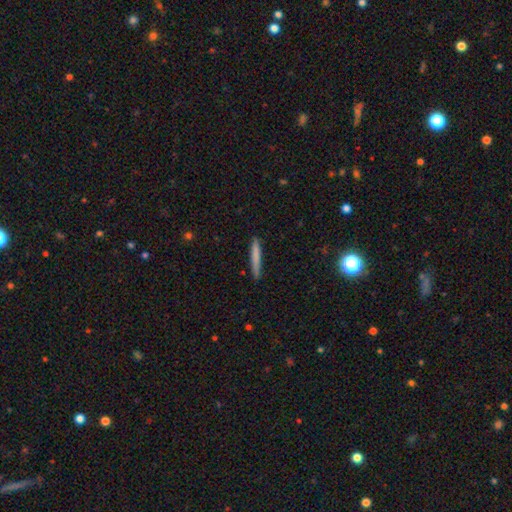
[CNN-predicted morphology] Smooth or featured? smooth (75%)
How rounded? cigar-shaped (96%)
Merging? none (89%)